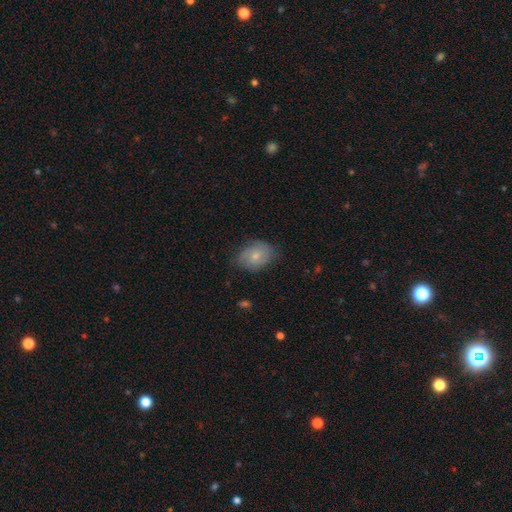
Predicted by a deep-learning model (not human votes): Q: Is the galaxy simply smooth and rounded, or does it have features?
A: smooth — 66%.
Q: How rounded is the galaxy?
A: in between — 69%.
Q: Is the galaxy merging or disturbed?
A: none — 70%.